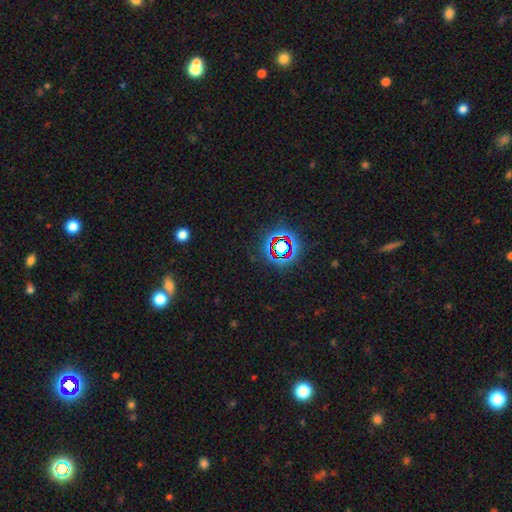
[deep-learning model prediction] Overall: star or artifact (65%).